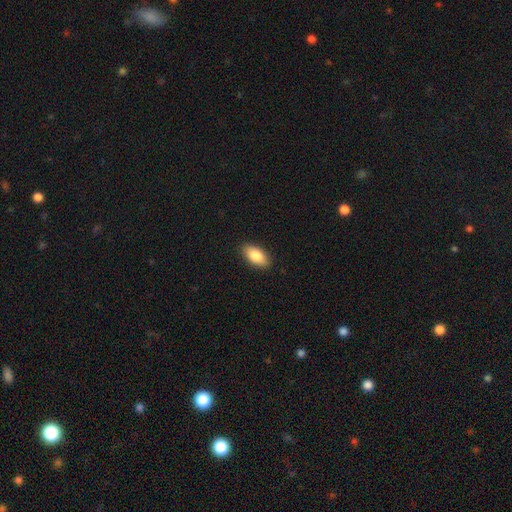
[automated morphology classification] This appears to be a smooth galaxy with no disk features (83%) that is in between round and cigar-shaped (92%). Merging: none (89%).